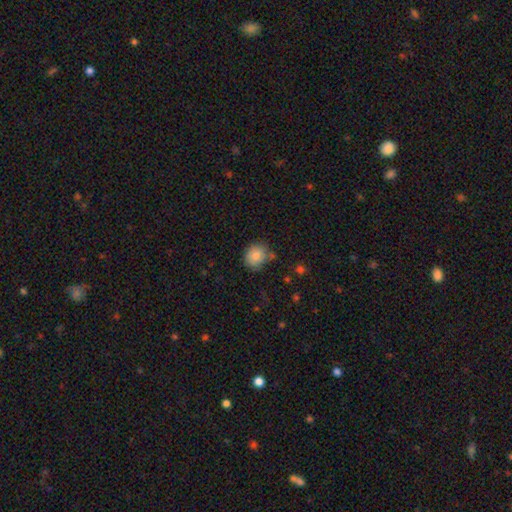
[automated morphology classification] A smooth galaxy with no disk features (84%) that is round (67%). Merging: none (73%).